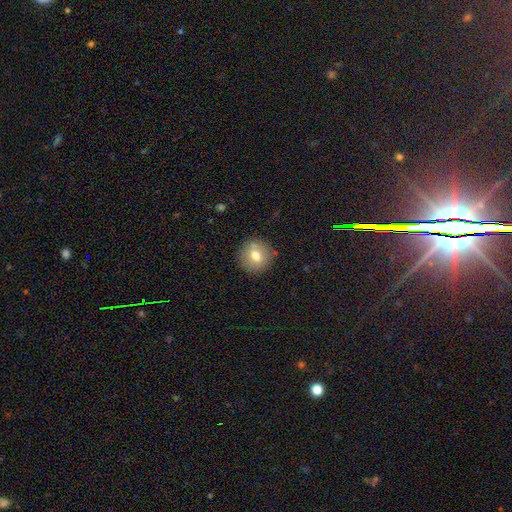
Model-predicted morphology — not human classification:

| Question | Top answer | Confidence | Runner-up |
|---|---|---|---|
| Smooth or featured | smooth | 72% | featured or disk (17%) |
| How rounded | round | 91% | in between (8%) |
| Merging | none | 85% | minor disturbance (9%) |